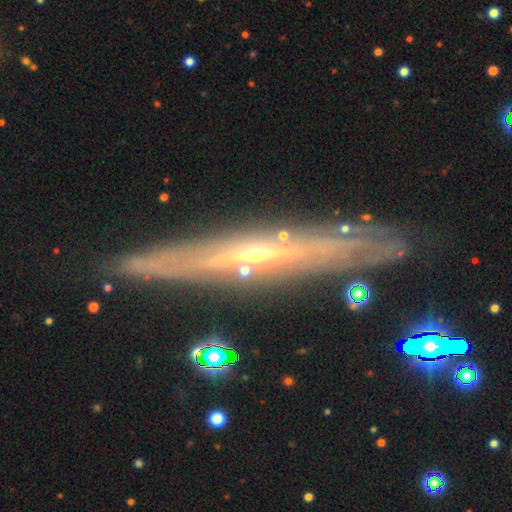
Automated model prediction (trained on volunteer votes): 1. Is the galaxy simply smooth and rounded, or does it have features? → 80% featured or disk, 12% smooth, 9% star or artifact.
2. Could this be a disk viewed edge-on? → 88% yes, 12% no.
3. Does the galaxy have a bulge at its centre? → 66% rounded, 30% none, 4% boxy.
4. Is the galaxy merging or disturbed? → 85% none, 10% minor disturbance, 3% major disturbance, 2% merger.